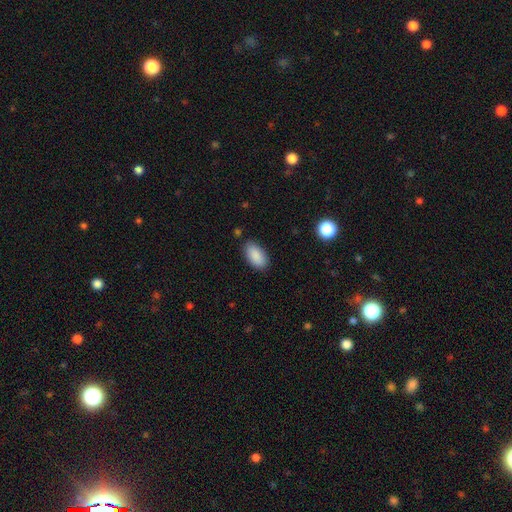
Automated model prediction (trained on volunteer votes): smooth 89%, star or artifact 7%, featured or disk 4%. Down the decision tree: how rounded — in between (94%); merging — none (85%).